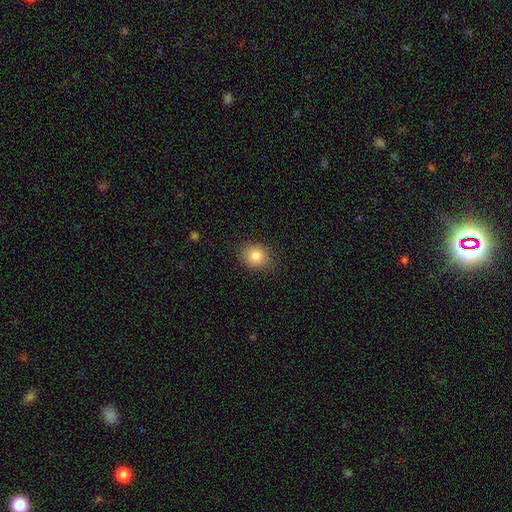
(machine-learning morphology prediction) This is clearly a smooth galaxy (83%). How rounded: likely round (66%). Merging: clearly none (87%).